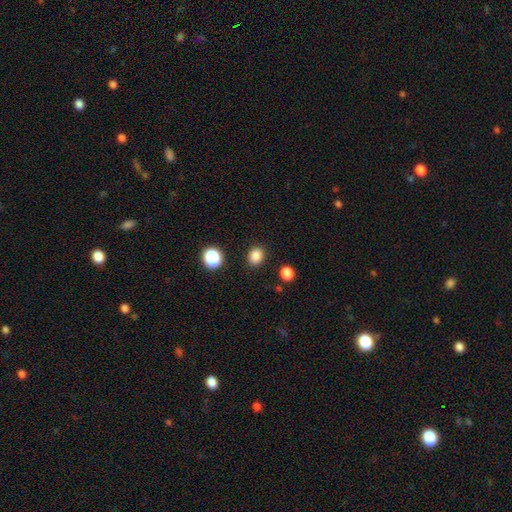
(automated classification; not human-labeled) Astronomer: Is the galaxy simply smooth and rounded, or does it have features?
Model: smooth — 85%.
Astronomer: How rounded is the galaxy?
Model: round — 61% (runner-up: in between, 38%).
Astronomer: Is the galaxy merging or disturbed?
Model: none — 88%.